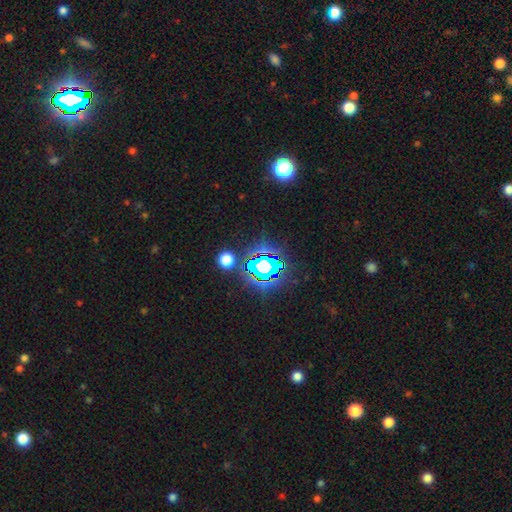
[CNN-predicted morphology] A star or artifact, not a galaxy (73%).